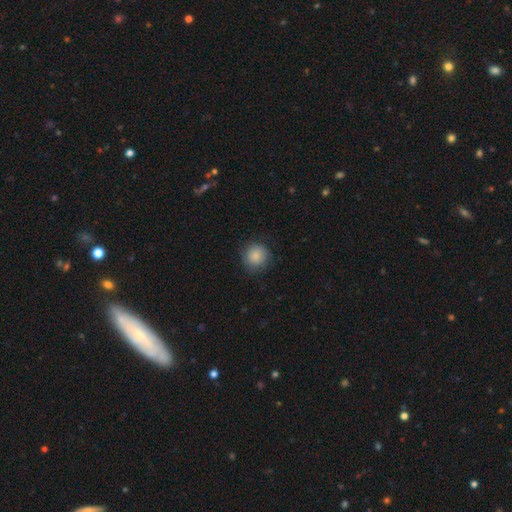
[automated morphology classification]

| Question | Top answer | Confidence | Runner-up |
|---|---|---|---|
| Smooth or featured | smooth | 85% | star or artifact (8%) |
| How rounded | round | 92% | in between (7%) |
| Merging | none | 81% | minor disturbance (14%) |